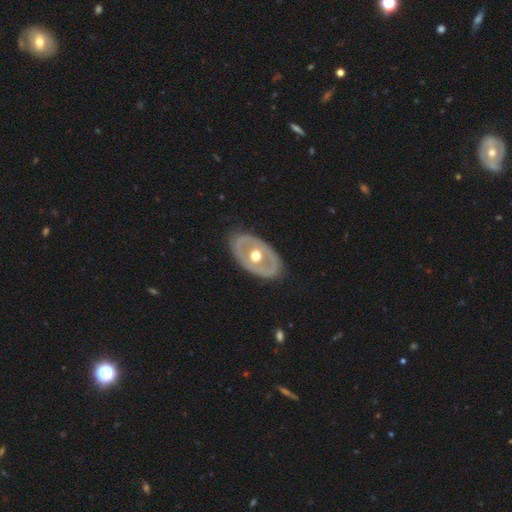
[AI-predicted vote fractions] This is likely a featured or disk galaxy (61%). It is clearly not viewed edge-on (89%). Bar: clearly no (92%). Spiral arm pattern: clearly no (90%). Central bulge: likely moderate (76%). Merging: clearly none (83%).